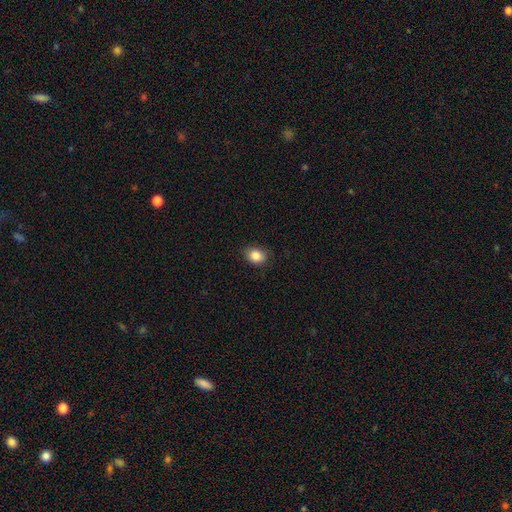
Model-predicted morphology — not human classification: Smooth or featured? Predicted: smooth (p=0.86). How rounded? Predicted: in between (p=0.58). Merging? Predicted: none (p=0.84).